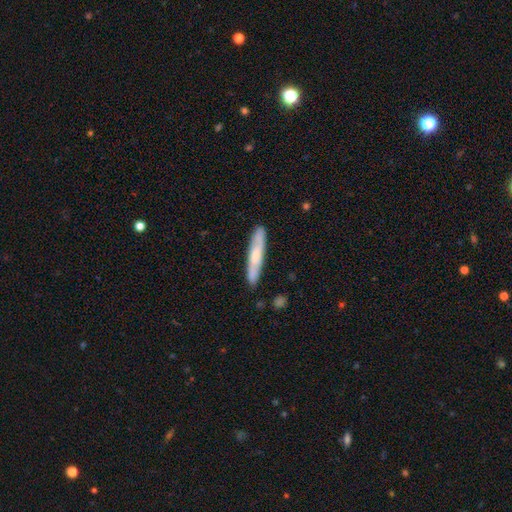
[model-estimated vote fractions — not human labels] This is possibly a smooth galaxy (56%). How rounded: clearly cigar-shaped (91%). Merging: clearly none (87%).